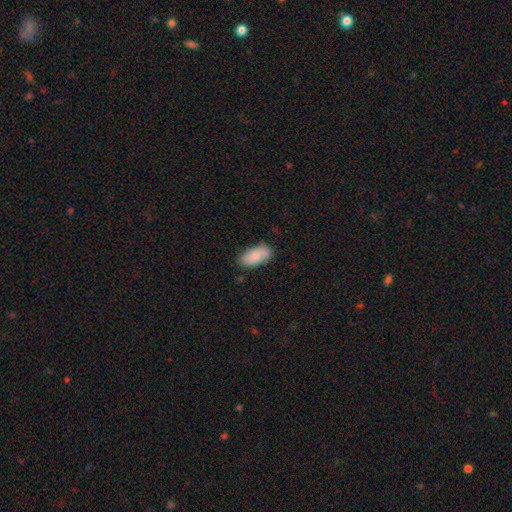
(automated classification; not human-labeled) Smooth or featured: smooth — 77% (featured or disk — 17%)
How rounded: in between — 93% (cigar-shaped — 4%)
Merging: none — 76% (minor disturbance — 18%)